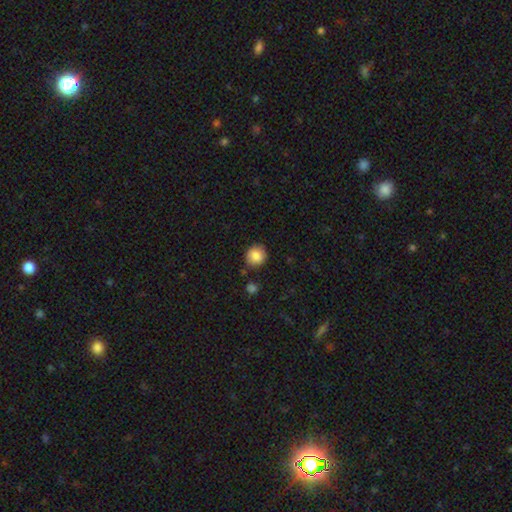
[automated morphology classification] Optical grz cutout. It shows a smooth galaxy with no disk features (83%) that is round (87%). Merging: none (84%).